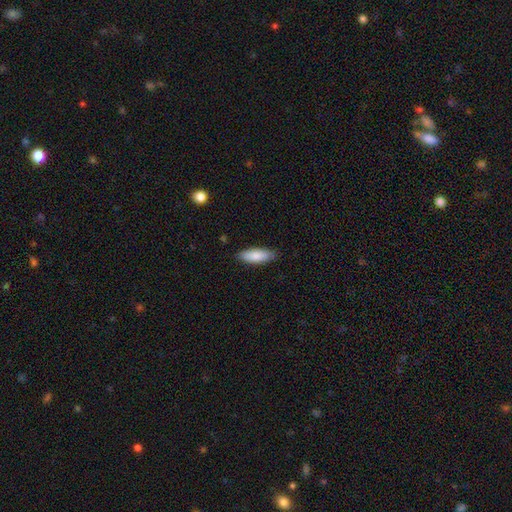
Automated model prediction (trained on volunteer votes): Smooth or featured: smooth — 85% (featured or disk — 10%)
How rounded: in between — 65% (cigar-shaped — 33%)
Merging: none — 86% (minor disturbance — 11%)